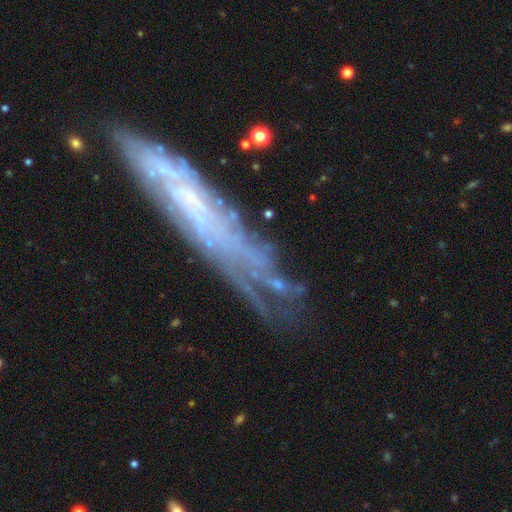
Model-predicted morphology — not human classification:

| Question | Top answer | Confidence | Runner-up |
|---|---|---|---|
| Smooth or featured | featured or disk | 63% | smooth (19%) |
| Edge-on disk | no | 63% | yes (37%) |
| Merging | none | 60% | minor disturbance (20%) |